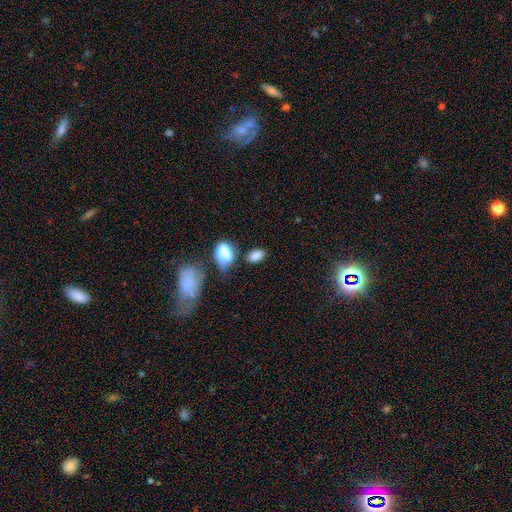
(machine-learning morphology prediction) This appears to be a smooth galaxy with no disk features (82%) that is in between round and cigar-shaped (88%). Merging: none (59%).